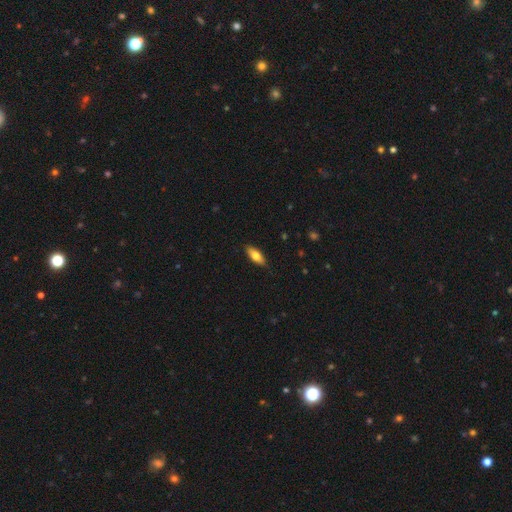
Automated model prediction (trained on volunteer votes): A smooth galaxy with no disk features (70%) that is in between round and cigar-shaped (73%).

Vote fractions:
- Smooth or featured? smooth: 70% / featured or disk: 24% / star or artifact: 6%
- How rounded? in between: 73% / cigar-shaped: 24% / round: 3%
- Merging? none: 86% / minor disturbance: 11% / major disturbance: 2% / merger: 1%